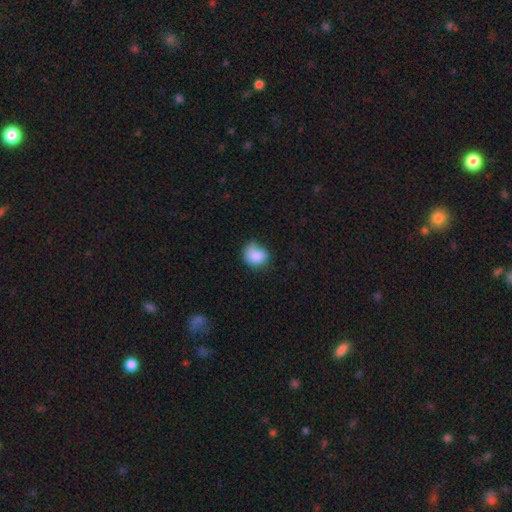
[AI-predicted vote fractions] smooth-or-featured: smooth: 84% | star or artifact: 8% | featured or disk: 7%
  how-rounded: round: 64% | in between: 35% | cigar-shaped: 1%
  merging: none: 52% | minor disturbance: 35% | major disturbance: 10% | merger: 4%